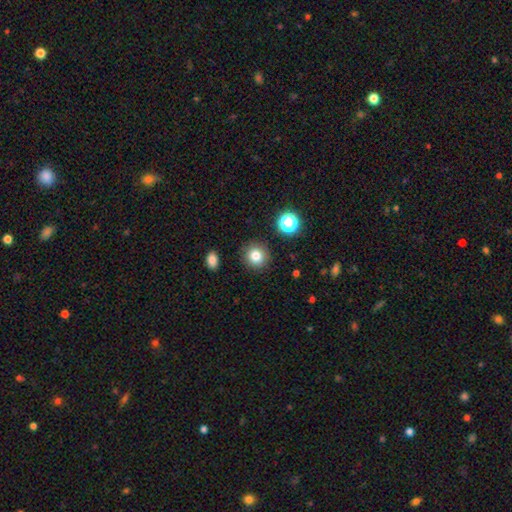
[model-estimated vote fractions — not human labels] Smooth or featured? Predicted: smooth (p=0.80). How rounded? Predicted: round (p=0.92). Merging? Predicted: none (p=0.89).